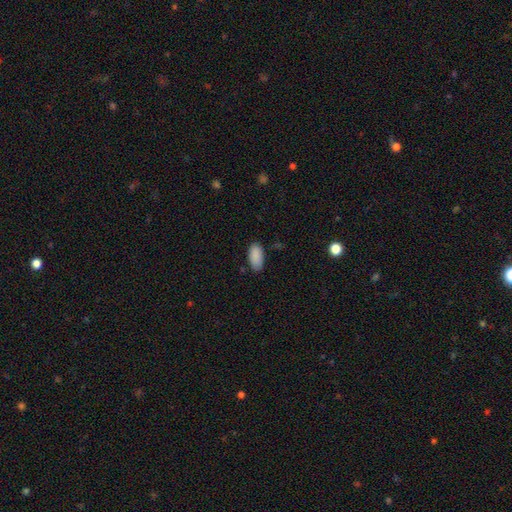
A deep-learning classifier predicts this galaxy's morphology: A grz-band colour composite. It shows a smooth galaxy with no disk features (90%) that is in between round and cigar-shaped (92%). Merging: none (83%).